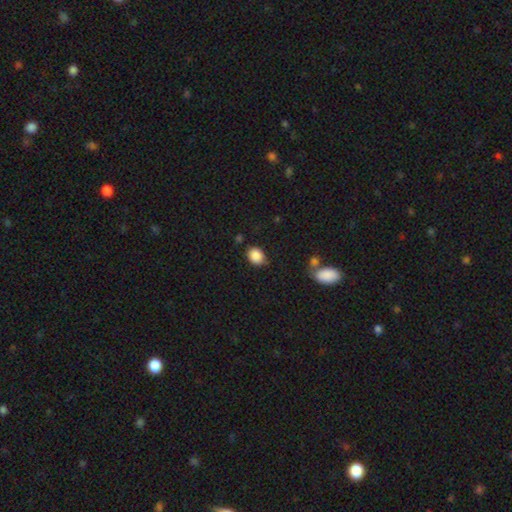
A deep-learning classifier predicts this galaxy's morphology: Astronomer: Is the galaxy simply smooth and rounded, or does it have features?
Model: smooth — 87%.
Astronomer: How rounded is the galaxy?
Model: in between — 54% (runner-up: round, 45%).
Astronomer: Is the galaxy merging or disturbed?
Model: none — 76%.